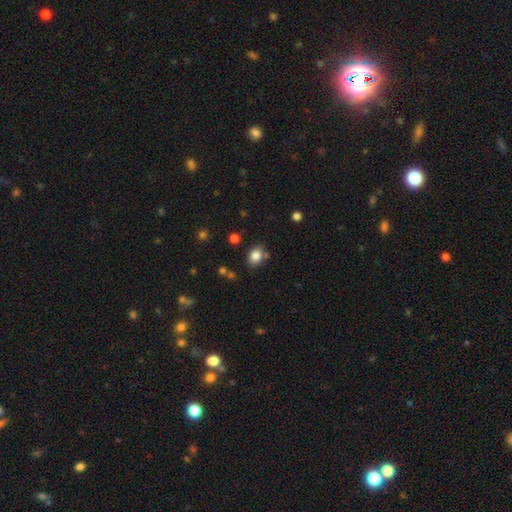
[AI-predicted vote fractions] This is clearly a smooth galaxy (83%). How rounded: possibly in between (56%). Merging: likely none (76%).